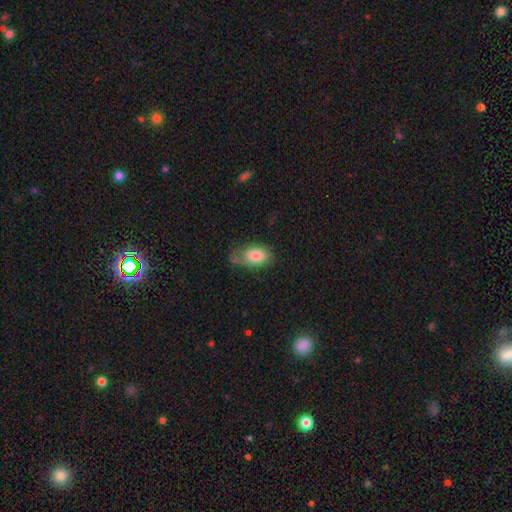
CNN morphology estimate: Smooth or featured? smooth (74%)
How rounded? in between (91%)
Merging? none (41%)